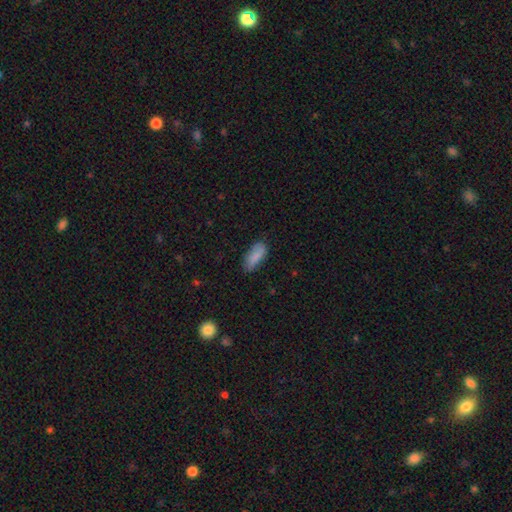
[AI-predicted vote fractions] A smooth galaxy with no disk features (83%) that is in between round and cigar-shaped (80%).

Vote fractions:
- Smooth or featured? smooth: 83% / featured or disk: 10% / star or artifact: 7%
- How rounded? in between: 80% / cigar-shaped: 18% / round: 2%
- Merging? none: 71% / minor disturbance: 22% / major disturbance: 5% / merger: 2%